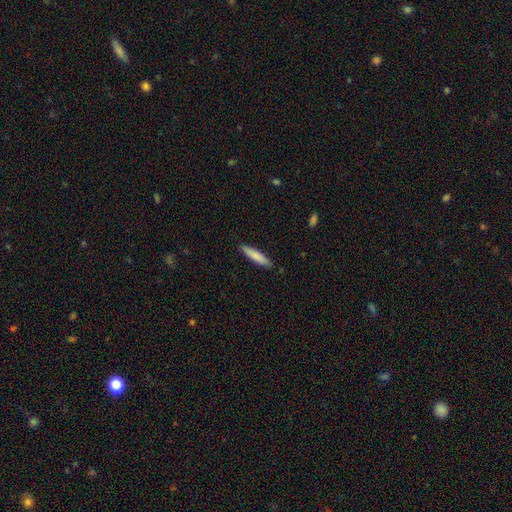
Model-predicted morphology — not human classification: smooth-or-featured: smooth: 82% | featured or disk: 13% | star or artifact: 5%
  how-rounded: cigar-shaped: 86% | in between: 13% | round: 1%
  merging: none: 90% | minor disturbance: 8% | major disturbance: 2% | merger: 1%